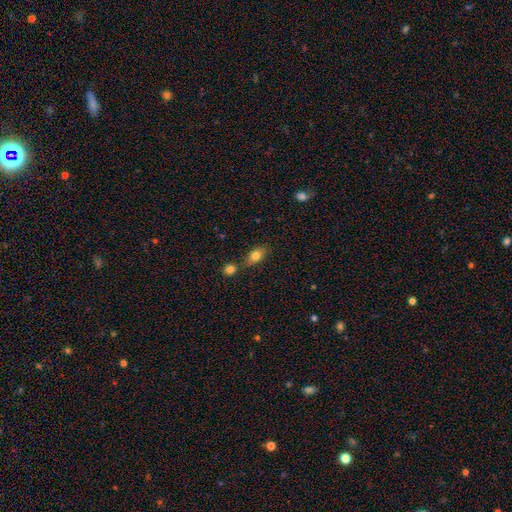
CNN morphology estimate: Q: Smooth or featured?
A: smooth (80%); runner-up: featured or disk (11%)
Q: How rounded?
A: in between (83%); runner-up: round (12%)
Q: Merging?
A: none (63%); runner-up: merger (20%)